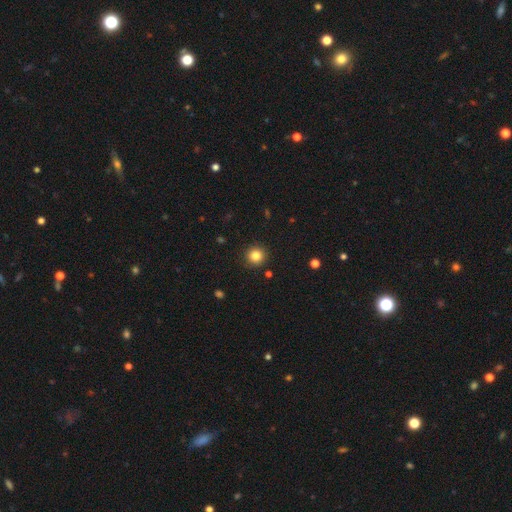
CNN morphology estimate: This appears to be a smooth galaxy with no disk features (84%) that is round (94%). Merging: none (91%).